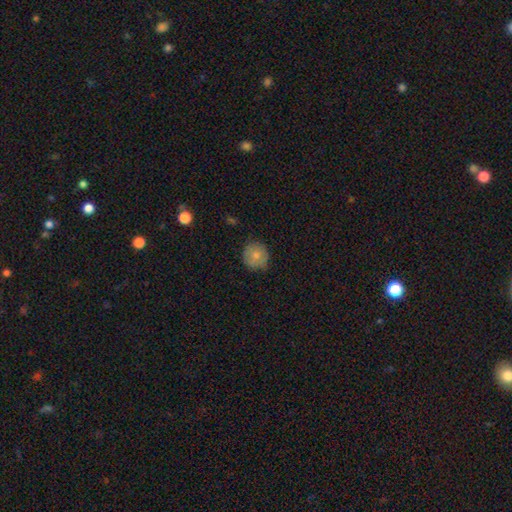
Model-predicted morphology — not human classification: Q: Smooth or featured?
A: smooth (72%); runner-up: featured or disk (20%)
Q: How rounded?
A: round (91%); runner-up: in between (8%)
Q: Merging?
A: none (77%); runner-up: minor disturbance (18%)